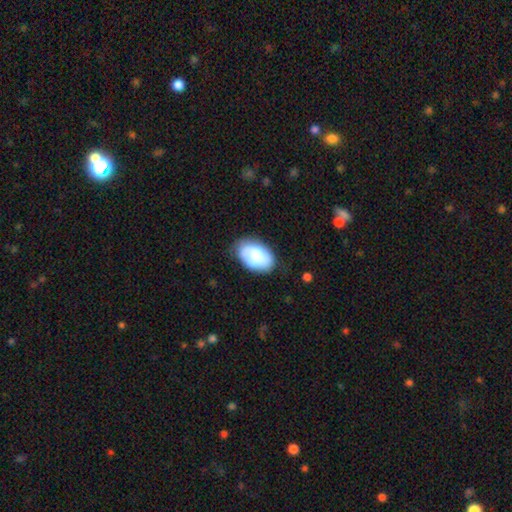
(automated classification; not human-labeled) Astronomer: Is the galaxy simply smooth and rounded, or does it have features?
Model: smooth — 80%.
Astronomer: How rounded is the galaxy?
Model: in between — 91%.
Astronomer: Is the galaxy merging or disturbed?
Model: none — 67%.